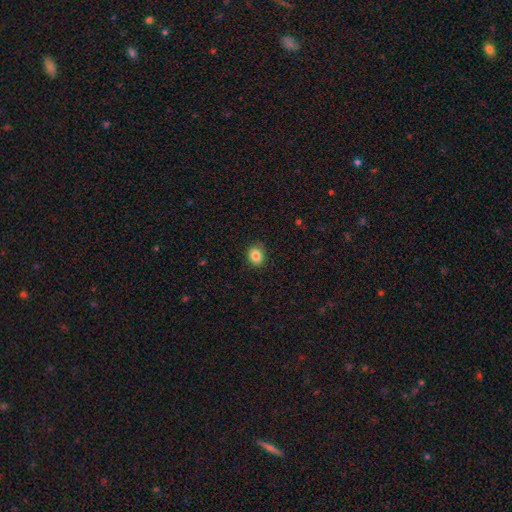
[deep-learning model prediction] Smooth or featured? Predicted: smooth (p=0.84). How rounded? Predicted: round (p=0.60). Merging? Predicted: none (p=0.85).